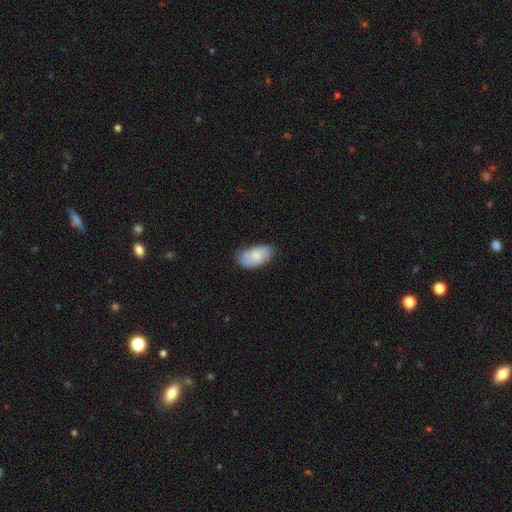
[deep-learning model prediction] The model was most divided on "merging": none: 61%, minor disturbance: 29%, major disturbance: 7%, merger: 3%. More confident: how rounded — in between (94%); smooth or featured — smooth (63%).